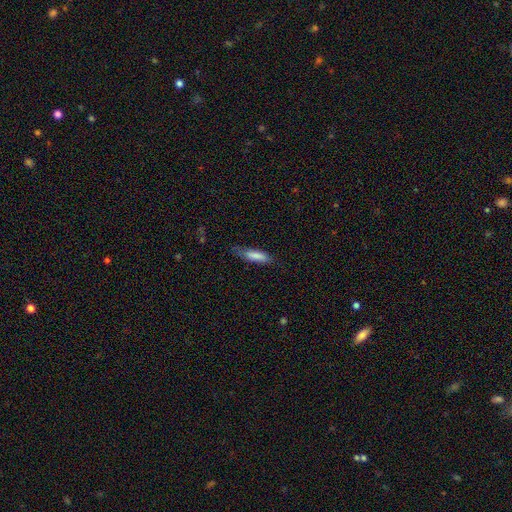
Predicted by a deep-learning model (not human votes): This appears to be a smooth galaxy with no disk features (82%) that is cigar-shaped (65%). Merging: none (67%).